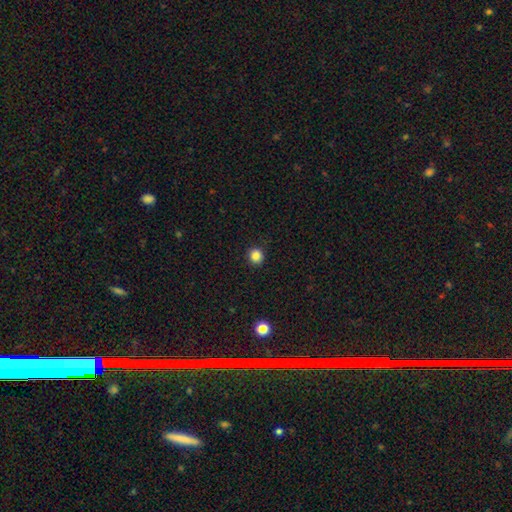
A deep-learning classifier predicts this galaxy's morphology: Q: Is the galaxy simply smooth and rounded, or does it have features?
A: smooth — 85%.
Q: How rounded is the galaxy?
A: round — 90%.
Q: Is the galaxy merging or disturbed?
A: none — 92%.